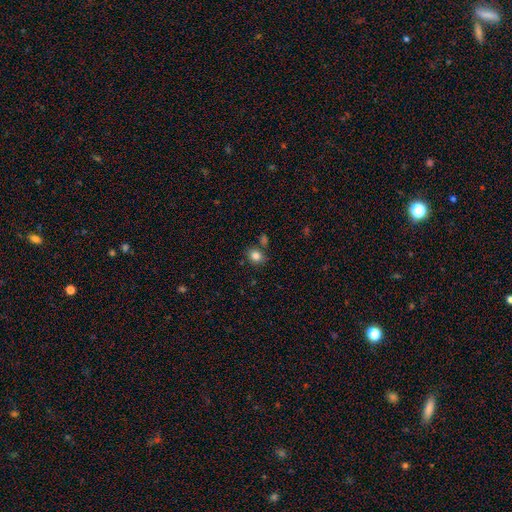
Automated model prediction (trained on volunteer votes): This is clearly a smooth galaxy (83%). How rounded: possibly round (58%). Merging: likely none (76%).